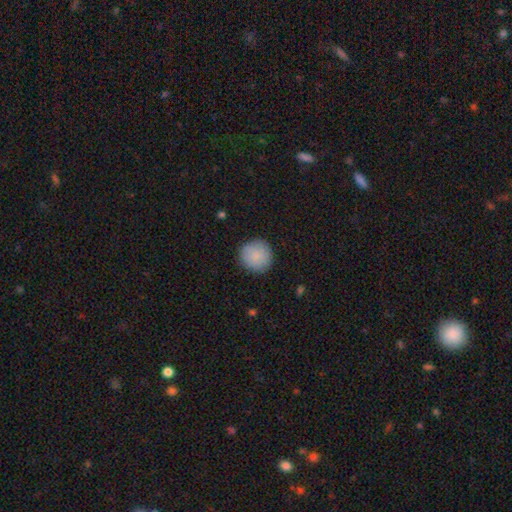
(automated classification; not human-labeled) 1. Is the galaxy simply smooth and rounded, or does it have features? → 88% smooth, 6% star or artifact, 6% featured or disk.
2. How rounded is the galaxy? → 95% round, 4% in between, 1% cigar-shaped.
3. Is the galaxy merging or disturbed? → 89% none, 8% minor disturbance, 2% major disturbance, 1% merger.